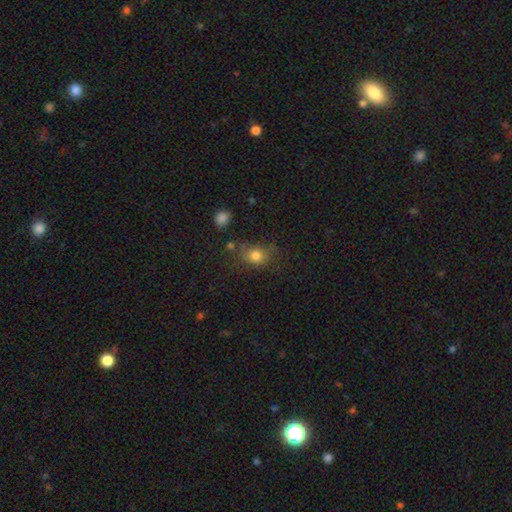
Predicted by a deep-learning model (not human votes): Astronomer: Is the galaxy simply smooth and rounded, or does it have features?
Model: smooth — 77%.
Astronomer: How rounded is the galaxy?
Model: round — 54% (runner-up: in between, 44%).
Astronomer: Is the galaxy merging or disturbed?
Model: none — 56%.